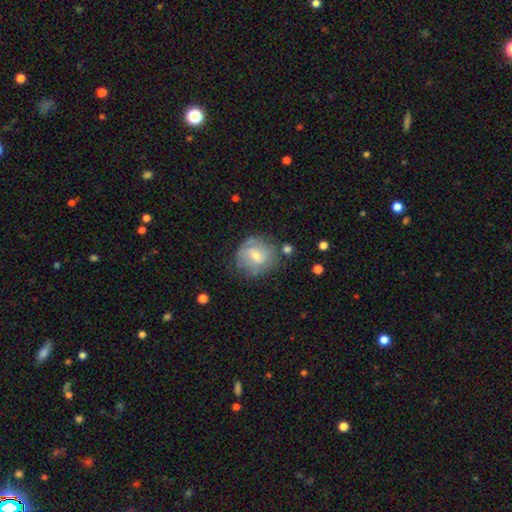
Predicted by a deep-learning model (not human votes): featured or disk 50%, smooth 42%, star or artifact 8%. Down the decision tree: merging — none (65%).